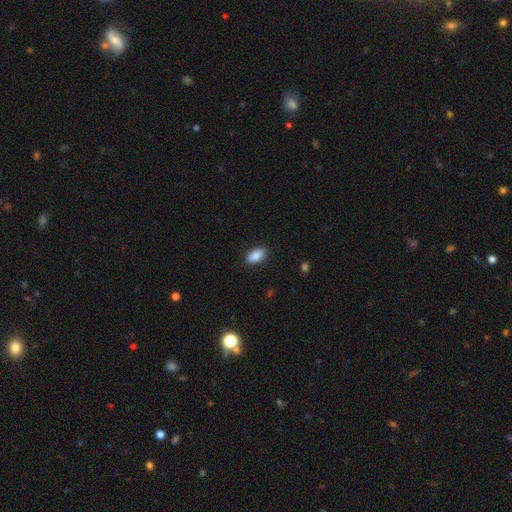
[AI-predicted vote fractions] This appears to be a smooth galaxy with no disk features (89%) that is in between round and cigar-shaped (92%). Merging: none (87%).